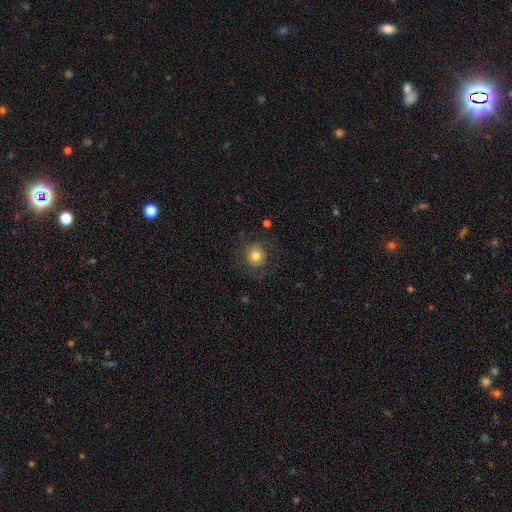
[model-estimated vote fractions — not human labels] Smooth or featured? smooth (73%)
How rounded? round (89%)
Merging? none (75%)